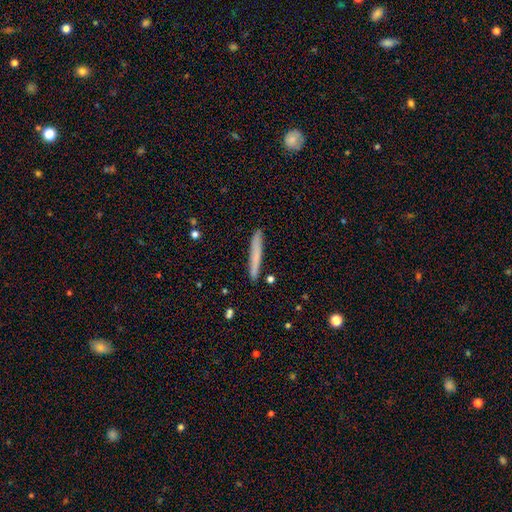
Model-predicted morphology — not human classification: Overall: smooth (70%). How rounded: cigar-shaped (97%). Merging: none (90%).